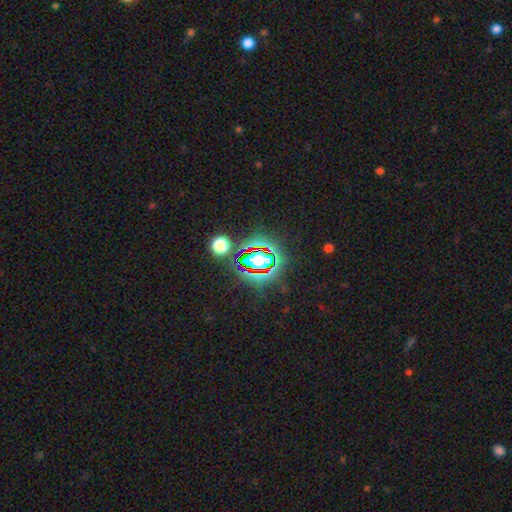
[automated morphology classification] Overall: star or artifact (80%).